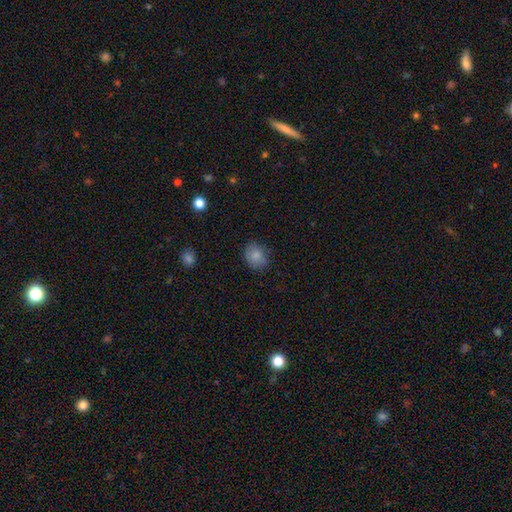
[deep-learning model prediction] This appears to be a smooth galaxy with no disk features (84%) that is round (53%). Merging: none (77%).